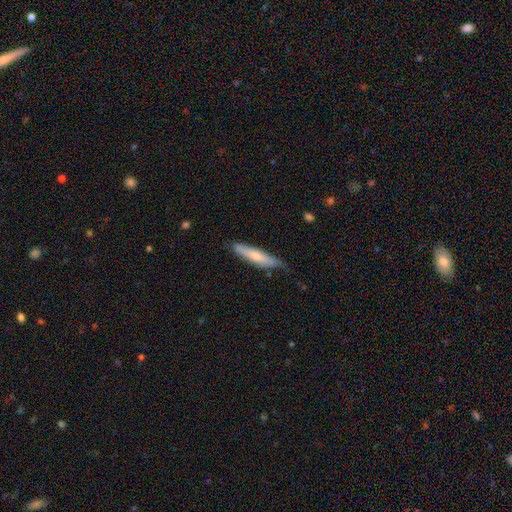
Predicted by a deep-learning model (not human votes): This appears to be a smooth galaxy with no disk features (63%) that is cigar-shaped (86%). Merging: none (74%).